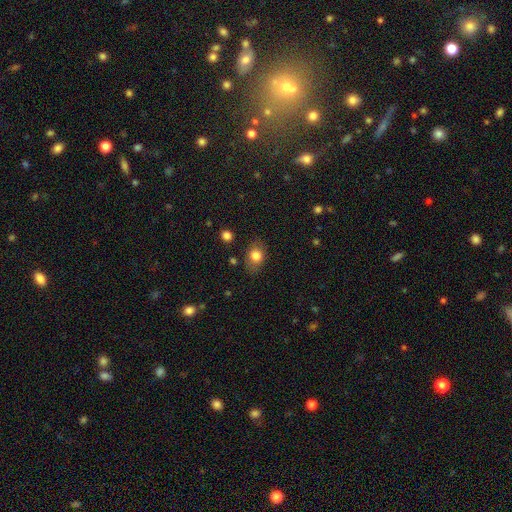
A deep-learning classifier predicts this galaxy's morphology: Smooth or featured? smooth (79%)
How rounded? in between (67%)
Merging? none (78%)